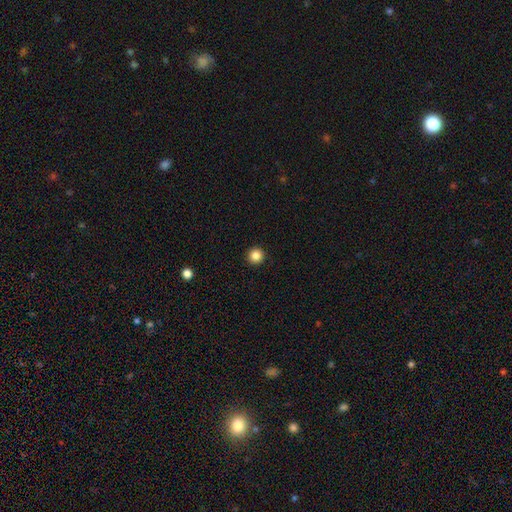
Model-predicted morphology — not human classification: This is clearly a smooth galaxy (86%). How rounded: clearly round (96%). Merging: clearly none (94%).